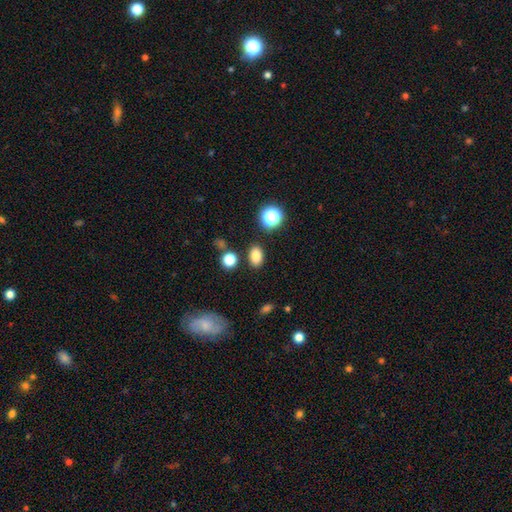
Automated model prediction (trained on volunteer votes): smooth_or_featured: smooth (p=0.82) [alt: star or artifact p=0.13]
how_rounded: in between (p=0.79) [alt: round p=0.20]
merging: none (p=0.84) [alt: minor disturbance p=0.09]